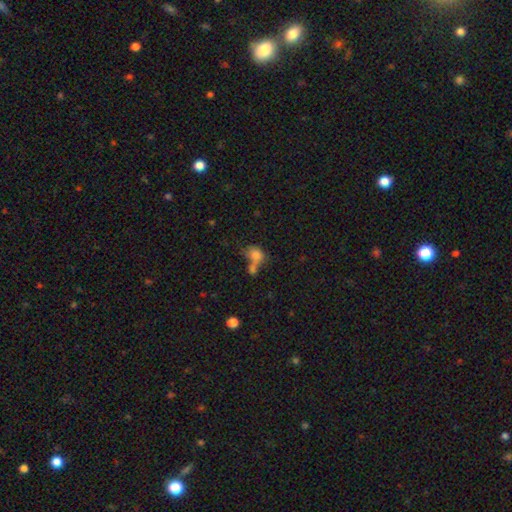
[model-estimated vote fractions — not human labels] Morphology: type=smooth (61%); roundness=round (56%); merging=none (43%).